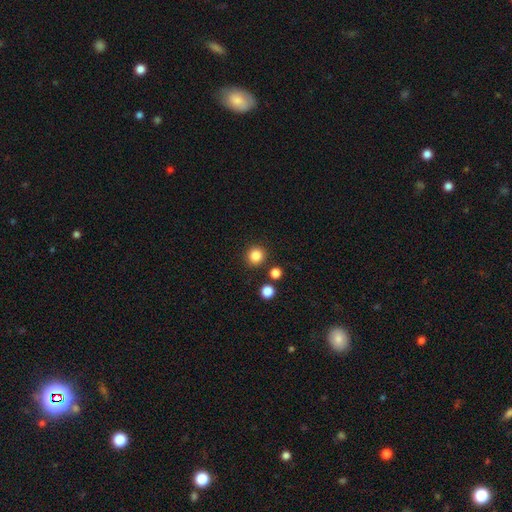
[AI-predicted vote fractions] Smooth or featured? smooth (85%)
How rounded? round (93%)
Merging? none (89%)